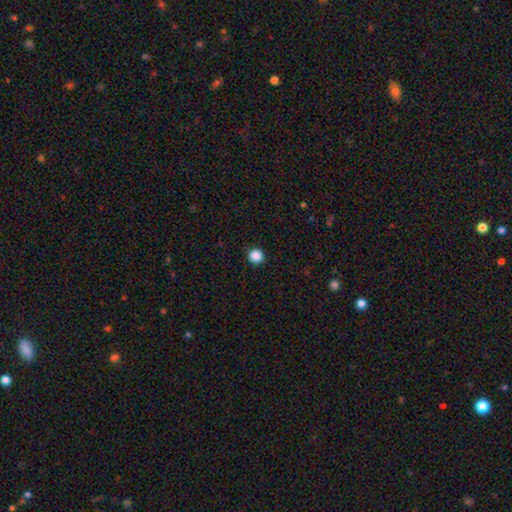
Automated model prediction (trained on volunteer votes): Overall: smooth (88%). How rounded: round (95%). Merging: none (93%).